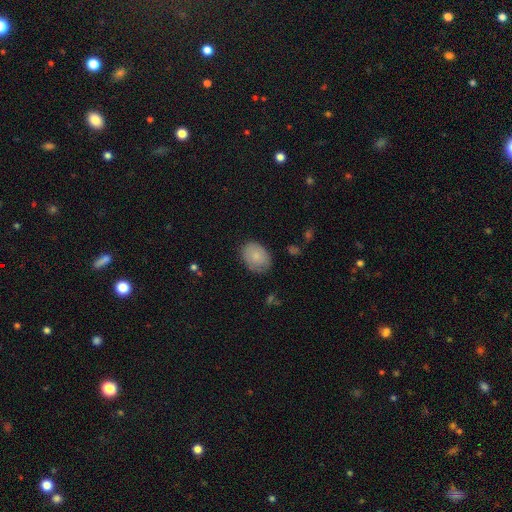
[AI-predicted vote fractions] A smooth galaxy with no disk features (82%) that is in between round and cigar-shaped (75%).

Vote fractions:
- Smooth or featured? smooth: 82% / featured or disk: 11% / star or artifact: 7%
- How rounded? in between: 75% / round: 24% / cigar-shaped: 1%
- Merging? none: 78% / minor disturbance: 17% / major disturbance: 4% / merger: 1%